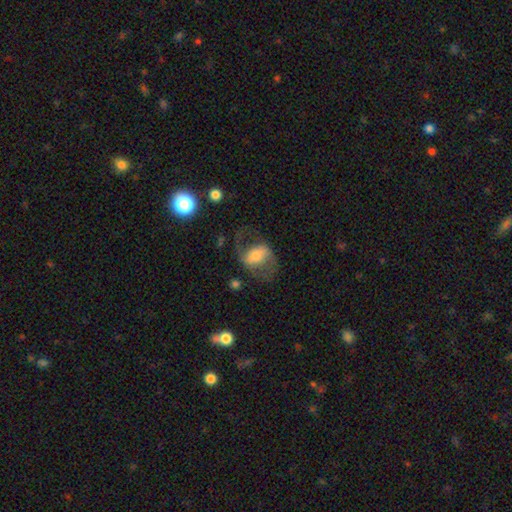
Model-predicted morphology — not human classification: smooth-or-featured: featured or disk: 59% | smooth: 34% | star or artifact: 8%
  disk-edge-on: no: 95% | yes: 5%
    bar: strong: 37% | weak: 35% | no: 28%
    has-spiral-arms: yes: 77% | no: 23%
    bulge-size: moderate: 44% | small: 28% | large: 19% | none: 6% | dominant: 4%
  merging: none: 54% | major disturbance: 24% | minor disturbance: 19% | merger: 3%